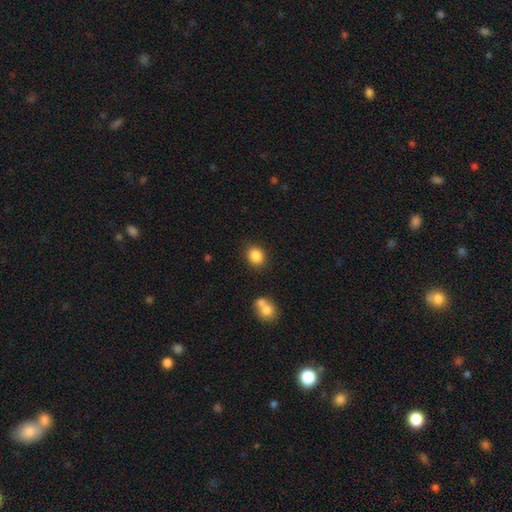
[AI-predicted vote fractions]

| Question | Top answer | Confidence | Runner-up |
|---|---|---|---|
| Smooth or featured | smooth | 86% | star or artifact (9%) |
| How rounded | round | 60% | in between (39%) |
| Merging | none | 84% | minor disturbance (9%) |